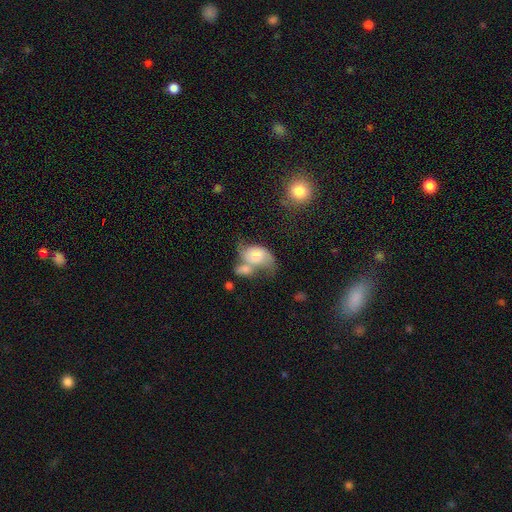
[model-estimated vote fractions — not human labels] A featured or disk galaxy (46%). Merging: merger (51%).